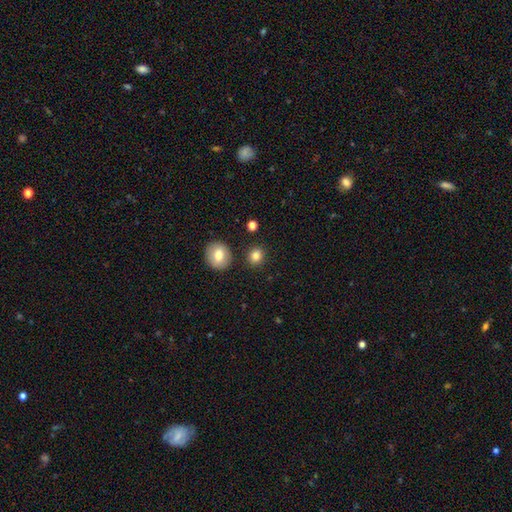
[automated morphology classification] smooth_or_featured: smooth (p=0.82) [alt: star or artifact p=0.11]
how_rounded: round (p=0.84) [alt: in between p=0.15]
merging: none (p=0.85) [alt: minor disturbance p=0.08]